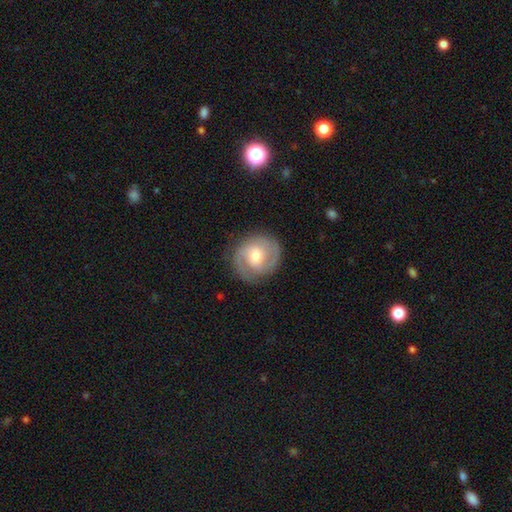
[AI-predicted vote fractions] Morphology: type=featured or disk (69%); edge-on=no (97%); bar=no (52%); spiral arms=yes (87%); winding=tight (47%); arm count=2 (72%); bulge=moderate (65%); merging=none (81%).